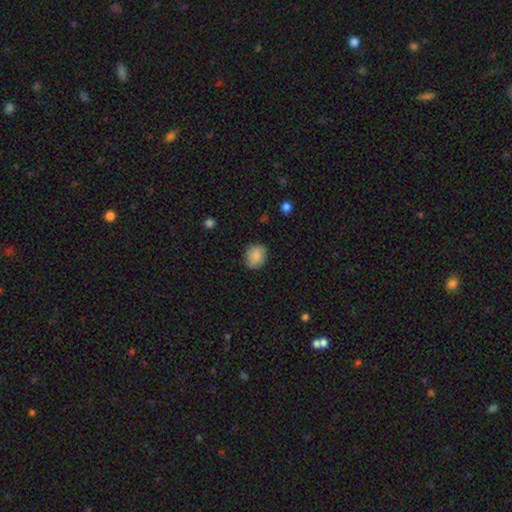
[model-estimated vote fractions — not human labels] Smooth or featured: smooth — 85% (star or artifact — 7%)
How rounded: round — 64% (in between — 35%)
Merging: none — 82% (minor disturbance — 14%)